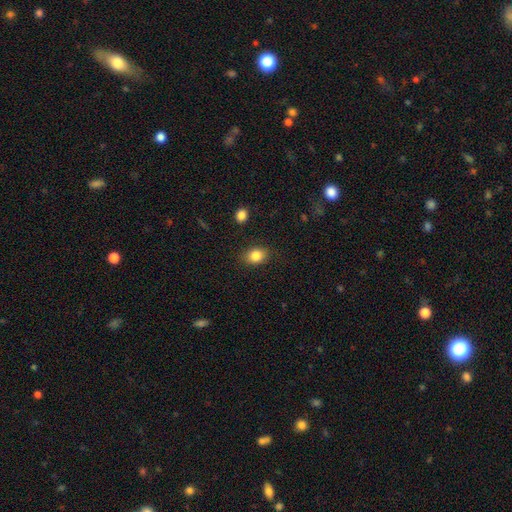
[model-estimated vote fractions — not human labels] smooth-or-featured: smooth: 84% | star or artifact: 9% | featured or disk: 6%
  how-rounded: in between: 62% | round: 37% | cigar-shaped: 1%
  merging: none: 84% | minor disturbance: 11% | major disturbance: 3% | merger: 1%